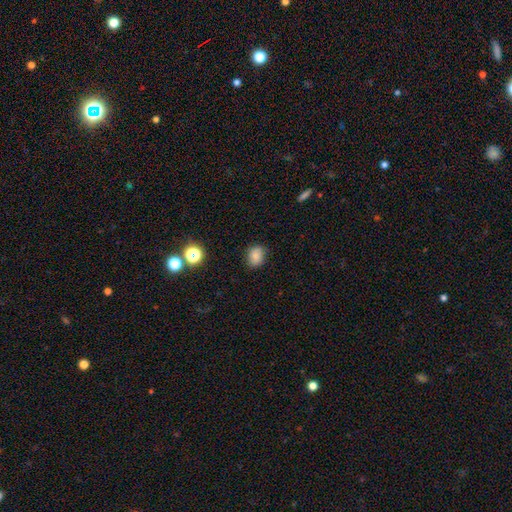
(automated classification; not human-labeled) smooth-or-featured: smooth: 80% | star or artifact: 12% | featured or disk: 7%
  how-rounded: in between: 51% | round: 48% | cigar-shaped: 1%
  merging: none: 83% | minor disturbance: 13% | major disturbance: 3% | merger: 2%